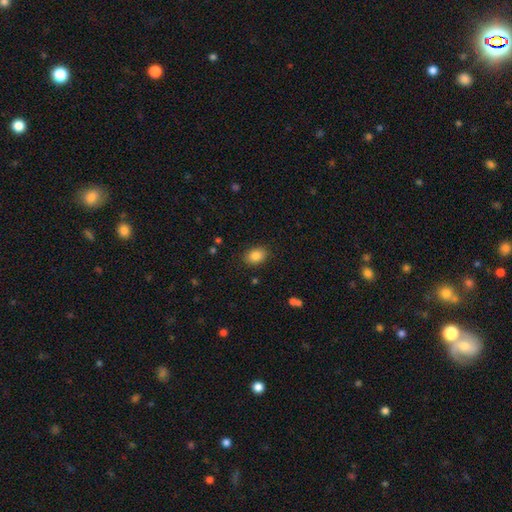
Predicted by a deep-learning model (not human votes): This appears to be a smooth galaxy with no disk features (86%) that is in between round and cigar-shaped (71%). Merging: none (86%).